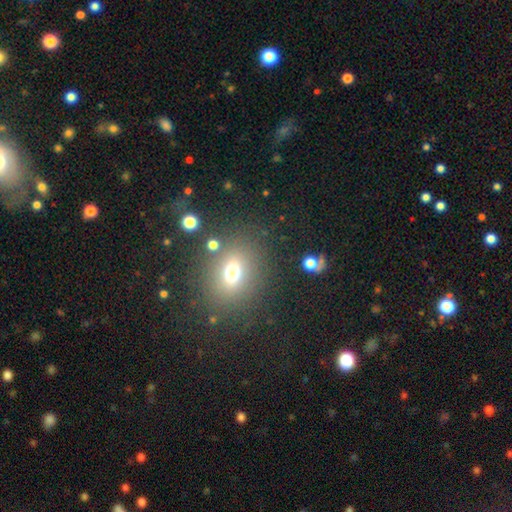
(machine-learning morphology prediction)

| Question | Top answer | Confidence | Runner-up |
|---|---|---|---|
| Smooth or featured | smooth | 59% | star or artifact (30%) |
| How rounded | round | 52% | in between (46%) |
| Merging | none | 84% | minor disturbance (8%) |